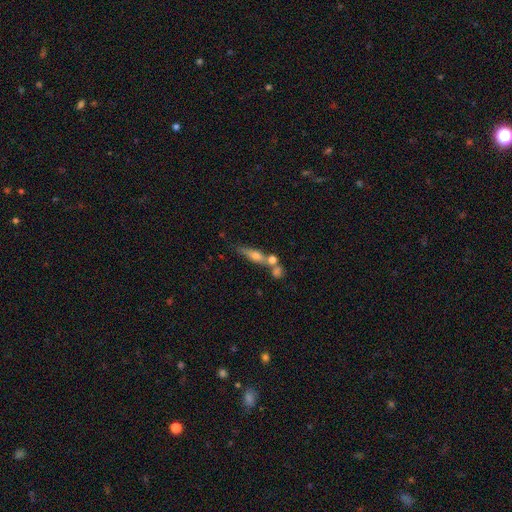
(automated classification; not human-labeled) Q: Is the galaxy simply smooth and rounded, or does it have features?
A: smooth — 52%.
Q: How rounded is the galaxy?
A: cigar-shaped — 60%.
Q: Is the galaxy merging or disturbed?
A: none — 46%.